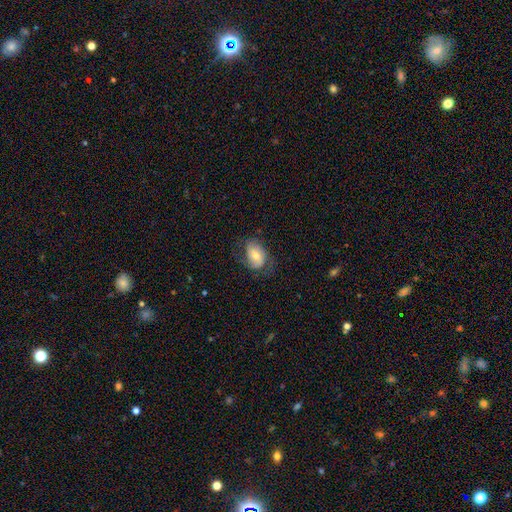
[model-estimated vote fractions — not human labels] Smooth or featured? featured or disk (47%)
Merging? none (59%)